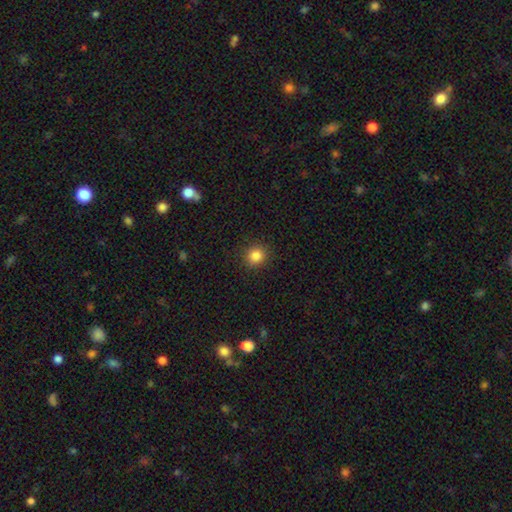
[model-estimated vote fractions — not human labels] The model was most divided on "smooth or featured": smooth: 85%, star or artifact: 11%, featured or disk: 4%. More confident: merging — none (91%); how rounded — round (88%).